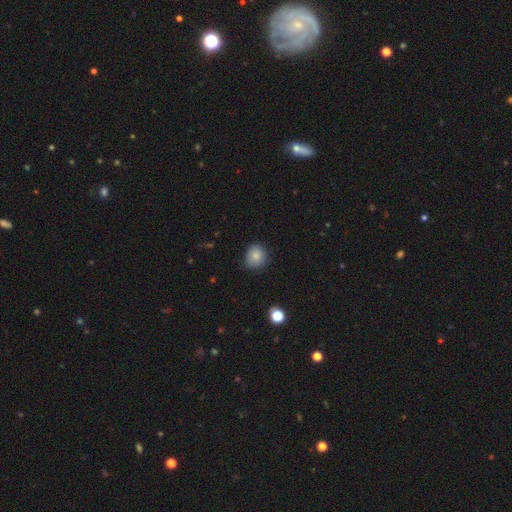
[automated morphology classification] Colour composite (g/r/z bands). It shows a smooth galaxy with no disk features (84%) that is round (80%). Merging: none (79%).